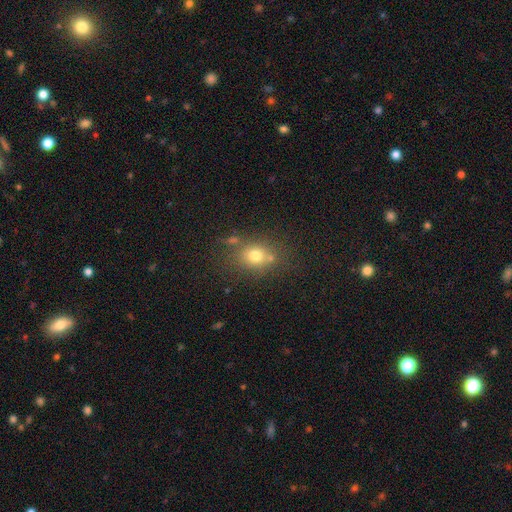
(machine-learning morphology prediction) Smooth or featured?
  - smooth: 71% *
  - star or artifact: 16%
  - featured or disk: 13%
How rounded?
  - round: 59% *
  - in between: 39%
  - cigar-shaped: 1%
Merging?
  - none: 66% *
  - minor disturbance: 15%
  - merger: 14%
  - major disturbance: 6%